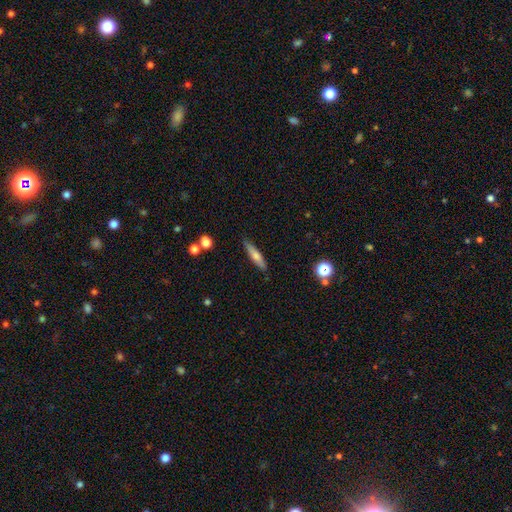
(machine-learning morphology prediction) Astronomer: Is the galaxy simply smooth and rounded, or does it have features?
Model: smooth — 59%.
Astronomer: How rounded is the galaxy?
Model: cigar-shaped — 83%.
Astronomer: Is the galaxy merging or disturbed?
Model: none — 85%.